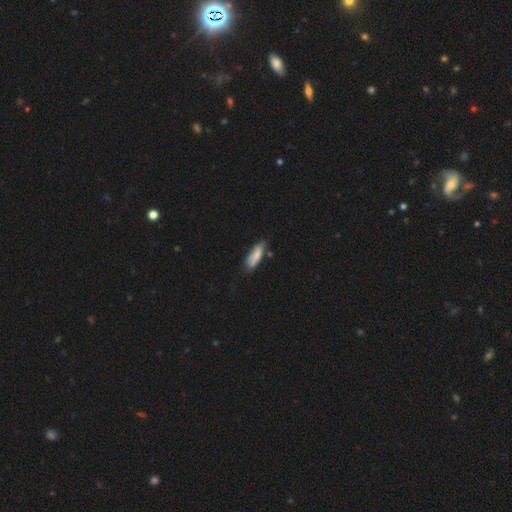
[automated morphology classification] Q: Smooth or featured?
A: smooth (77%); runner-up: featured or disk (16%)
Q: How rounded?
A: in between (55%); runner-up: cigar-shaped (43%)
Q: Merging?
A: none (67%); runner-up: minor disturbance (24%)